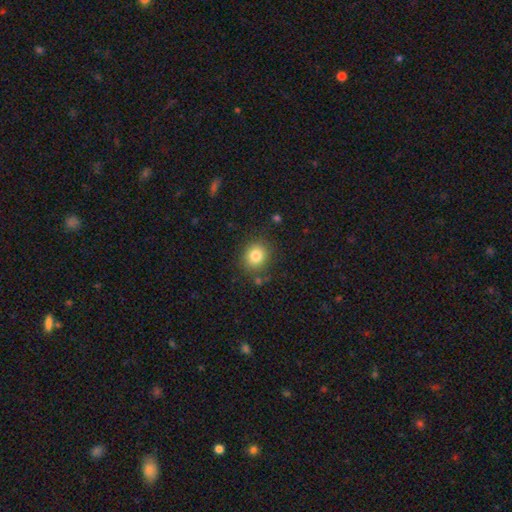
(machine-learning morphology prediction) The model was most divided on "how rounded": round: 75%, in between: 24%, cigar-shaped: 1%. More confident: merging — none (83%); smooth or featured — smooth (82%).